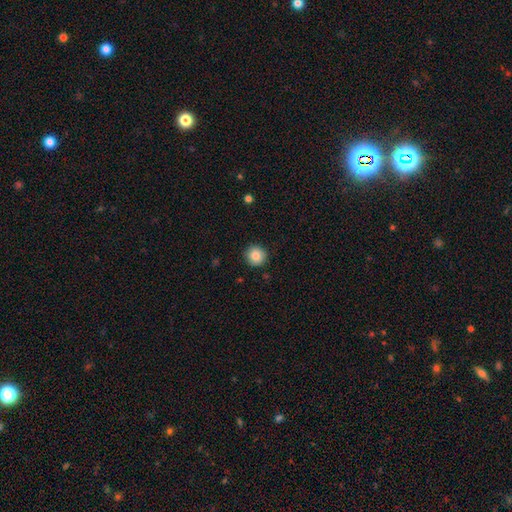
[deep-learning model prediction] Overall: smooth (86%). How rounded: round (93%). Merging: none (90%).